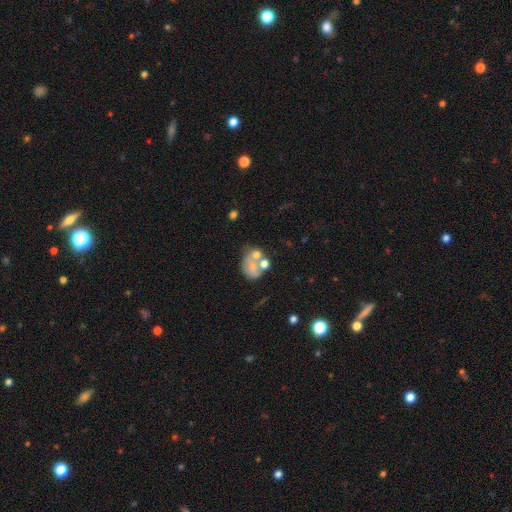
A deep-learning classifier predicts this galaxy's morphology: type=smooth (51%); roundness=in between (54%); merging=merger (37%).